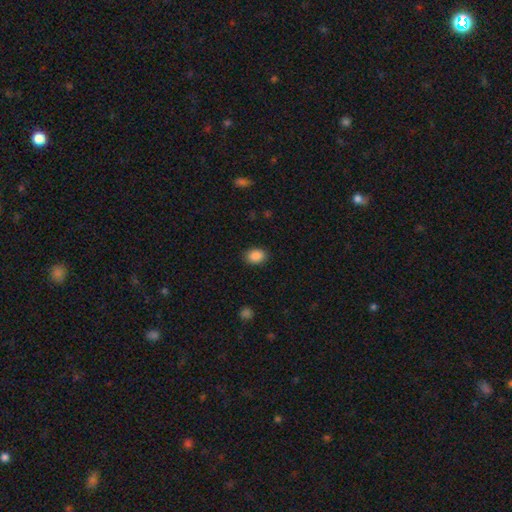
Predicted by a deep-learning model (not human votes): Overall: smooth (89%). How rounded: in between (70%). Merging: none (88%).